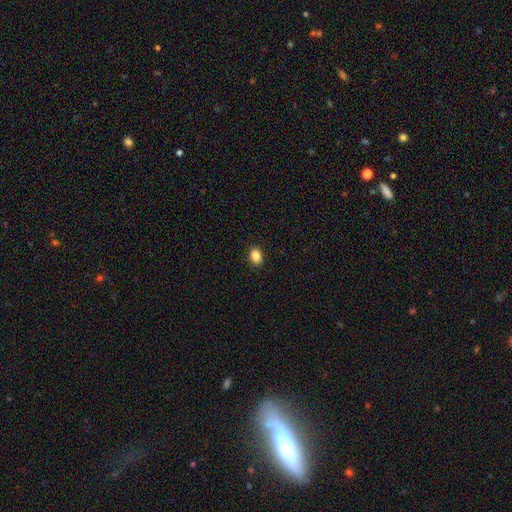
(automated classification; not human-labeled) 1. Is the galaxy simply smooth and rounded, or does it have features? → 87% smooth, 9% star or artifact, 3% featured or disk.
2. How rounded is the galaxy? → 69% in between, 30% round, 1% cigar-shaped.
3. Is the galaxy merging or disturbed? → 90% none, 7% minor disturbance, 2% major disturbance, 1% merger.